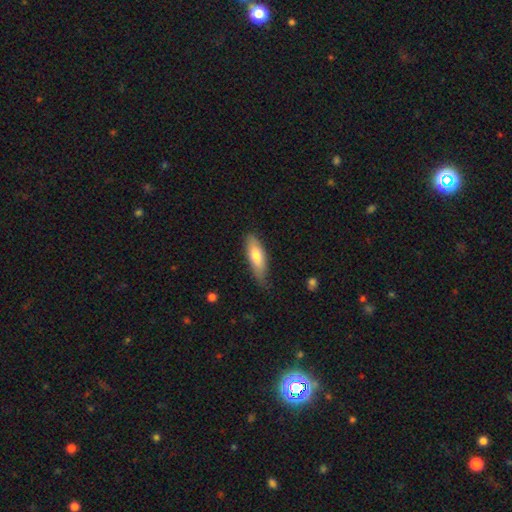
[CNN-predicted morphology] A smooth galaxy with no disk features (71%) that is in between round and cigar-shaped (54%). Merging: none (67%).